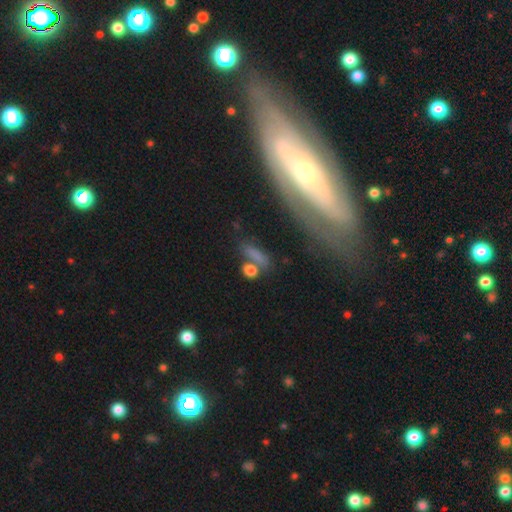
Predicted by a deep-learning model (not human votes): Smooth or featured? smooth (67%)
How rounded? in between (59%)
Merging? none (60%)